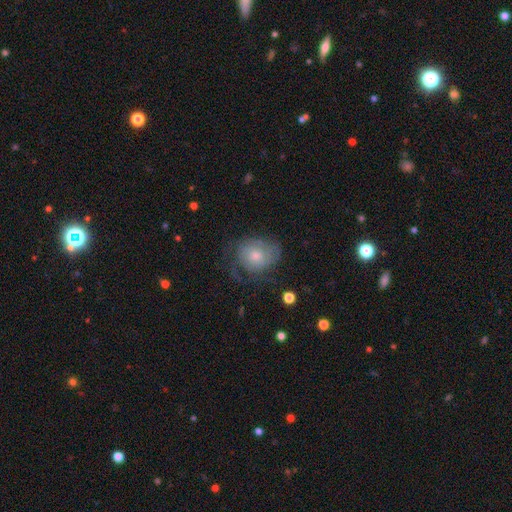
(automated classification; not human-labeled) featured or disk 51%, smooth 41%, star or artifact 8%. Down the decision tree: edge-on disk — no (97%); merging — none (50%).